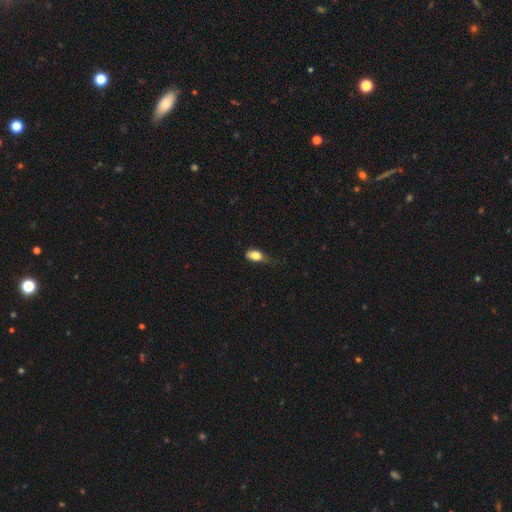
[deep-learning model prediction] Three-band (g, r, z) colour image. It shows a smooth galaxy with no disk features (79%) that is in between round and cigar-shaped (83%). Merging: minor disturbance (43%).